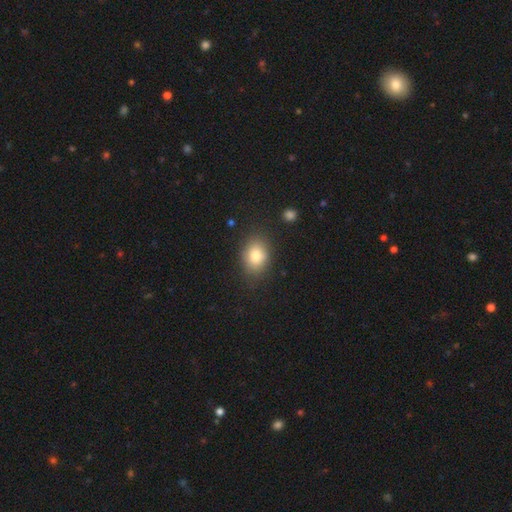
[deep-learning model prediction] smooth_or_featured: smooth (p=0.81) [alt: featured or disk p=0.10]
how_rounded: in between (p=0.65) [alt: round p=0.34]
merging: none (p=0.83) [alt: minor disturbance p=0.12]